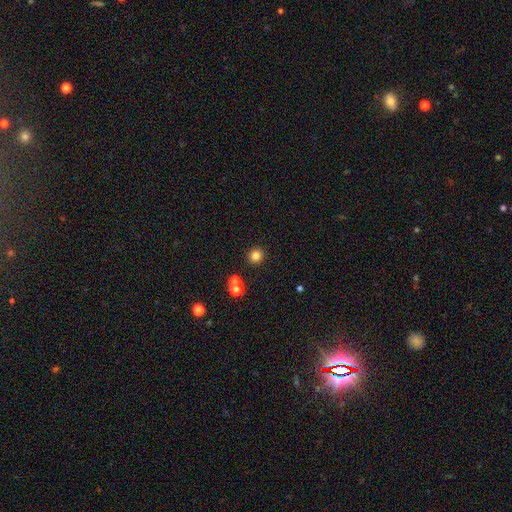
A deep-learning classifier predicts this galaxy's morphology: smooth-or-featured: smooth: 81% | star or artifact: 14% | featured or disk: 5%
  how-rounded: round: 92% | in between: 7% | cigar-shaped: 1%
  merging: none: 88% | minor disturbance: 5% | merger: 4% | major disturbance: 2%